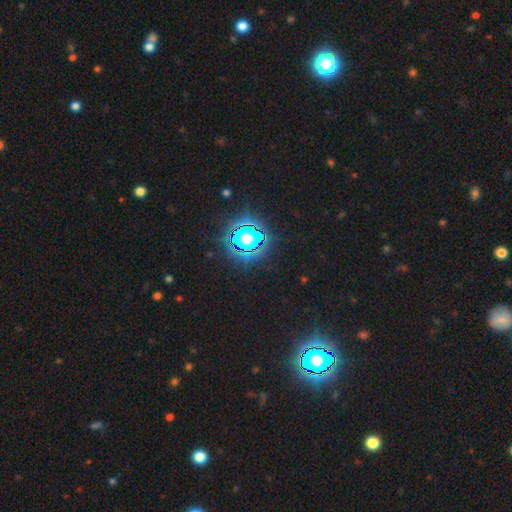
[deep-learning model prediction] This appears to be a star or artifact, not a galaxy (83%).